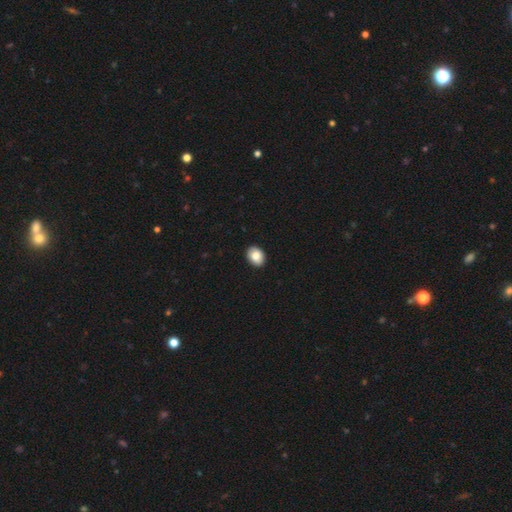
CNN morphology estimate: This appears to be a smooth galaxy with no disk features (83%) that is in between round and cigar-shaped (73%). Merging: none (91%).